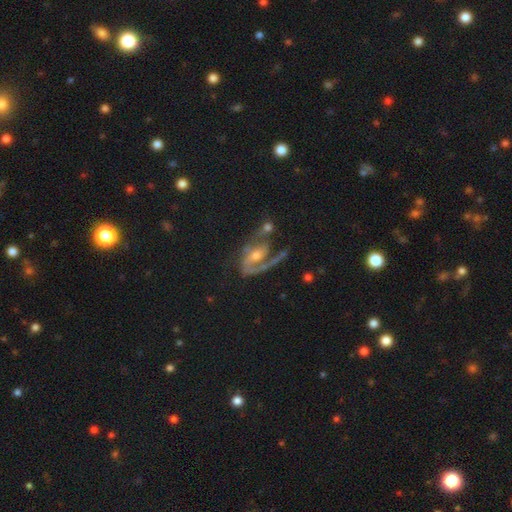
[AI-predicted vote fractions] Smooth or featured? Predicted: featured or disk (p=0.83). Edge-on disk? Predicted: no (p=0.96). Bar? Predicted: no (p=0.48). Spiral arms? Predicted: yes (p=0.91). Spiral winding? Predicted: medium (p=0.47). Spiral arm count? Predicted: 1 (p=0.49). Bulge size? Predicted: moderate (p=0.55). Merging? Predicted: none (p=0.34).